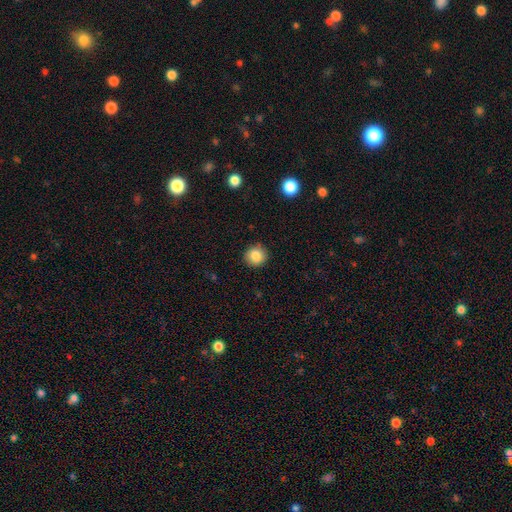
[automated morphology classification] A smooth galaxy with no disk features (85%) that is round (91%).

Vote fractions:
- Smooth or featured? smooth: 85% / star or artifact: 10% / featured or disk: 5%
- How rounded? round: 91% / in between: 8% / cigar-shaped: 1%
- Merging? none: 88% / minor disturbance: 8% / major disturbance: 2% / merger: 1%